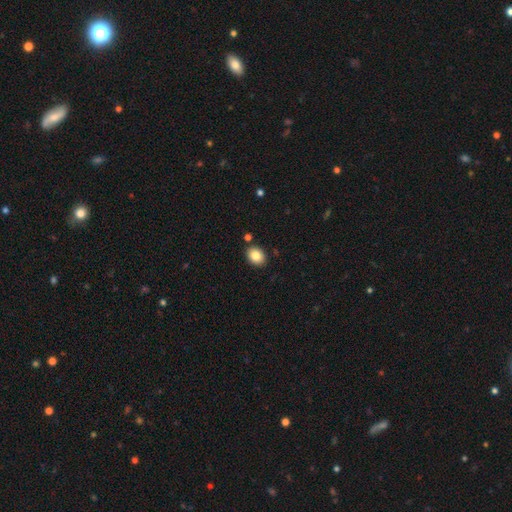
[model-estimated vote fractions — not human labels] Smooth or featured? Predicted: smooth (p=0.84). How rounded? Predicted: in between (p=0.63). Merging? Predicted: none (p=0.86).